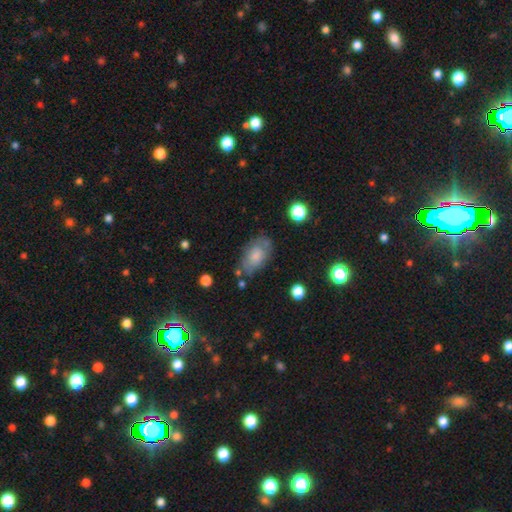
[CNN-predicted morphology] A smooth galaxy with no disk features (65%) that is in between round and cigar-shaped (91%). Merging: none (64%).